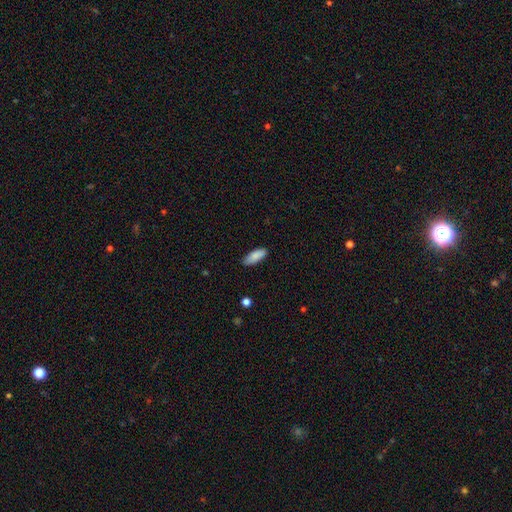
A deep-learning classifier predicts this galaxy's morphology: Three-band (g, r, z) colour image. It shows a smooth galaxy with no disk features (86%) that is in between round and cigar-shaped (71%). Merging: none (85%).